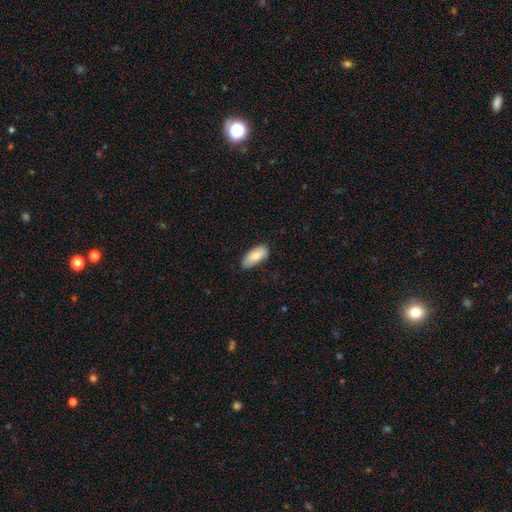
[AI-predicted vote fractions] Smooth or featured?
  - smooth: 83% *
  - featured or disk: 11%
  - star or artifact: 6%
How rounded?
  - in between: 89% *
  - cigar-shaped: 9%
  - round: 2%
Merging?
  - none: 77% *
  - minor disturbance: 19%
  - major disturbance: 3%
  - merger: 1%